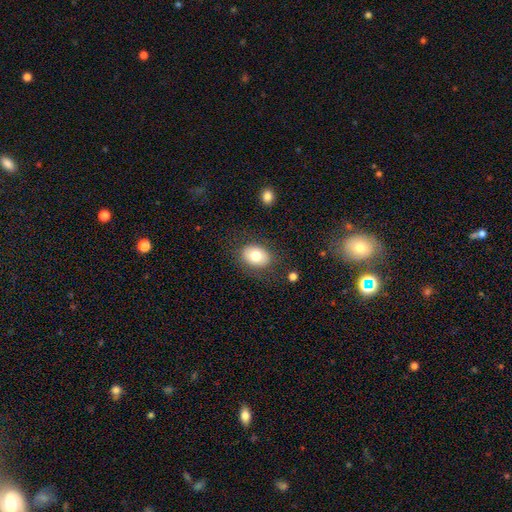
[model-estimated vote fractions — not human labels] This appears to be a smooth galaxy with no disk features (78%) that is in between round and cigar-shaped (70%). Merging: none (81%).